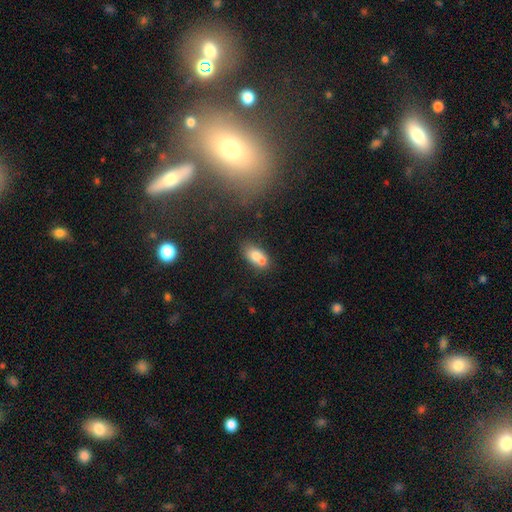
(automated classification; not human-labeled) Morphology: type=smooth (71%); roundness=in between (82%); merging=merger (49%).